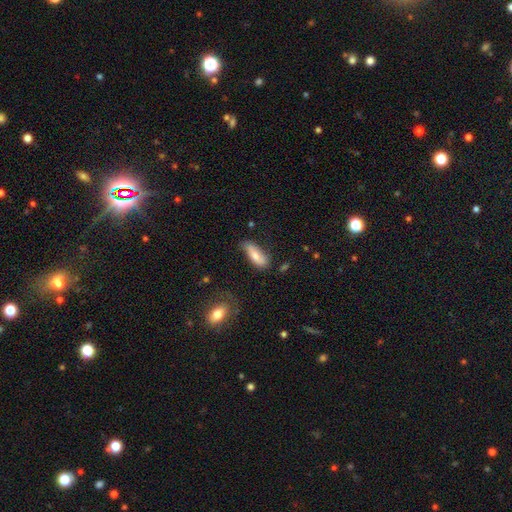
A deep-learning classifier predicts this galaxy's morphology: Smooth or featured? Predicted: smooth (p=0.73). How rounded? Predicted: in between (p=0.61). Merging? Predicted: none (p=0.55).